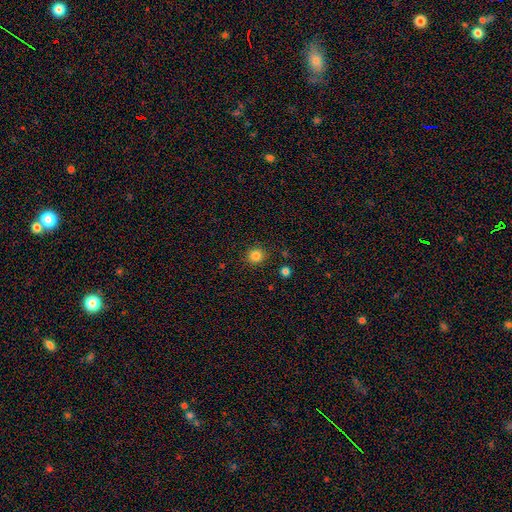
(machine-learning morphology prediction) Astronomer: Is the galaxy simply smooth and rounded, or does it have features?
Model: smooth — 84%.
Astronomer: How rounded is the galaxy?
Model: round — 91%.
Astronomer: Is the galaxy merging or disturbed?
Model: none — 89%.